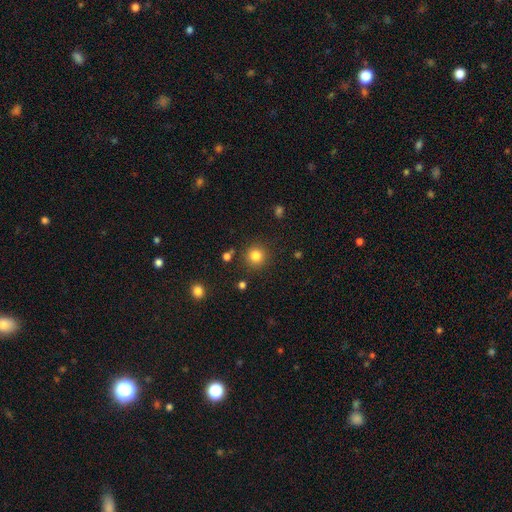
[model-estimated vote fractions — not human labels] Overall: smooth (82%). How rounded: round (93%). Merging: none (88%).